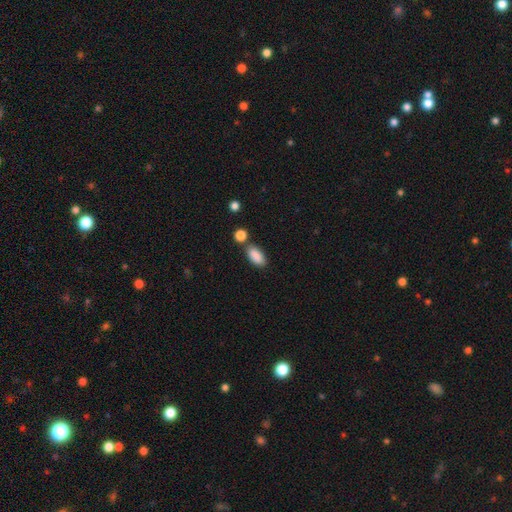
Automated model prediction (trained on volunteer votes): Smooth or featured: smooth — 89% (star or artifact — 7%)
How rounded: in between — 90% (cigar-shaped — 6%)
Merging: none — 68% (merger — 15%)